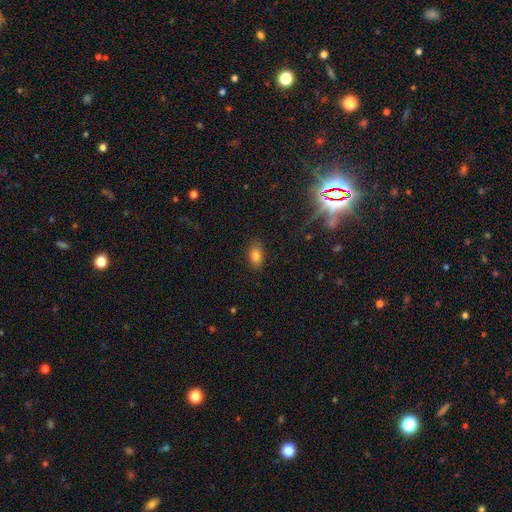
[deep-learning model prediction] The model was most divided on "smooth or featured": smooth: 82%, star or artifact: 11%, featured or disk: 7%. More confident: how rounded — in between (89%); merging — none (86%).